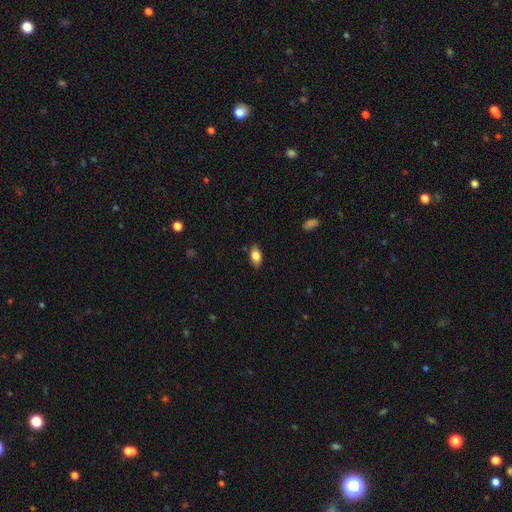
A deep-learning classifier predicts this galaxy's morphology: smooth 82%, featured or disk 10%, star or artifact 8%. Down the decision tree: how rounded — in between (88%); merging — none (83%).